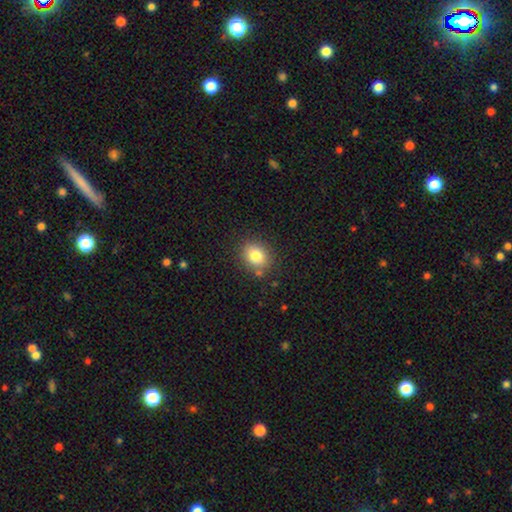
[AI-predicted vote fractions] Morphology: type=smooth (81%); roundness=round (60%); merging=none (83%).